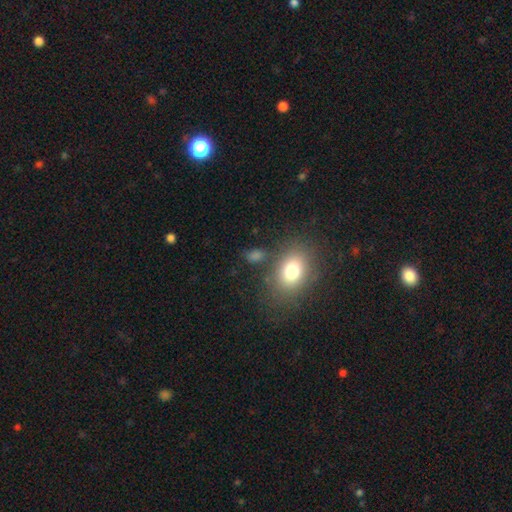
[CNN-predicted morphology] The model was most divided on "how rounded": in between: 69%, round: 28%, cigar-shaped: 3%. More confident: smooth or featured — smooth (72%); merging — none (72%).